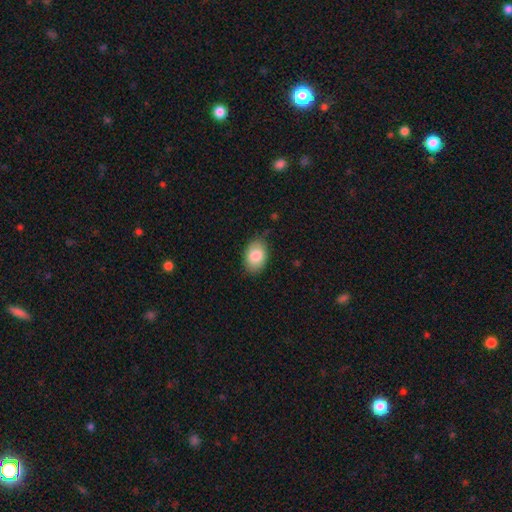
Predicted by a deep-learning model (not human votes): This is clearly a smooth galaxy (85%). How rounded: clearly in between (87%). Merging: clearly none (83%).